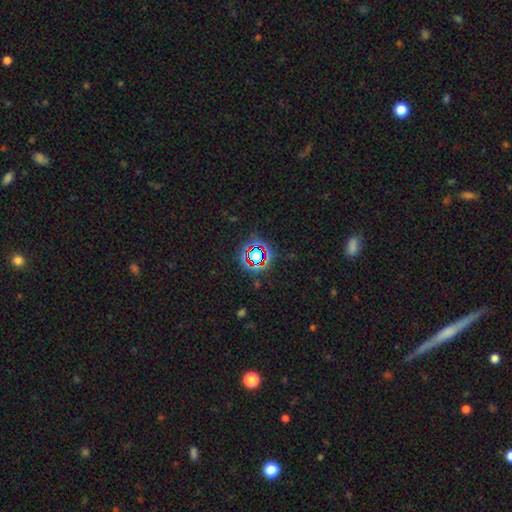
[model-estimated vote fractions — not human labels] Overall: star or artifact (69%).